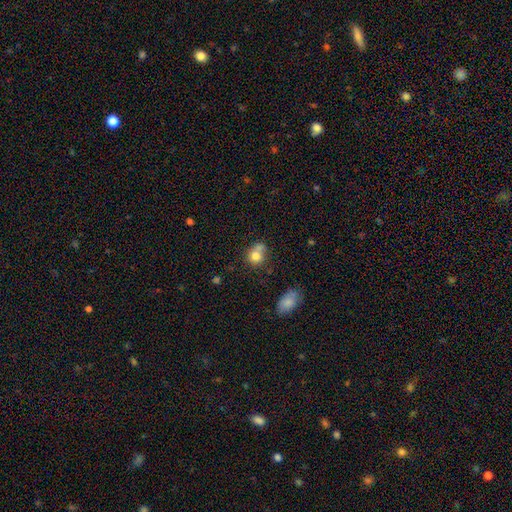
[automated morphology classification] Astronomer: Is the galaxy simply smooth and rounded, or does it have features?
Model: smooth — 77%.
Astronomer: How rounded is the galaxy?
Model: round — 71%.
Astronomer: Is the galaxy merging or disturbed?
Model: none — 41% (runner-up: merger, 35%).